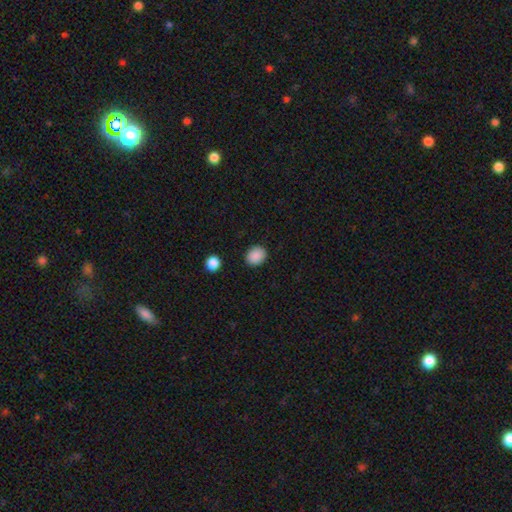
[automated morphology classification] A smooth galaxy with no disk features (89%) that is round (54%).

Vote fractions:
- Smooth or featured? smooth: 89% / star or artifact: 8% / featured or disk: 3%
- How rounded? round: 54% / in between: 45% / cigar-shaped: 1%
- Merging? none: 88% / minor disturbance: 8% / major disturbance: 2% / merger: 1%